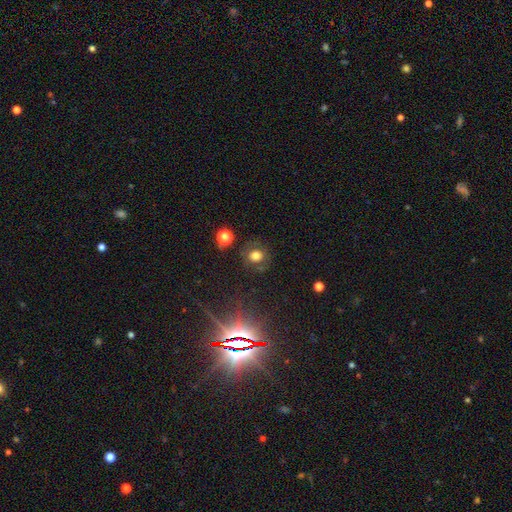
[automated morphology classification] Smooth or featured? Predicted: smooth (p=0.71). How rounded? Predicted: round (p=0.81). Merging? Predicted: none (p=0.79).